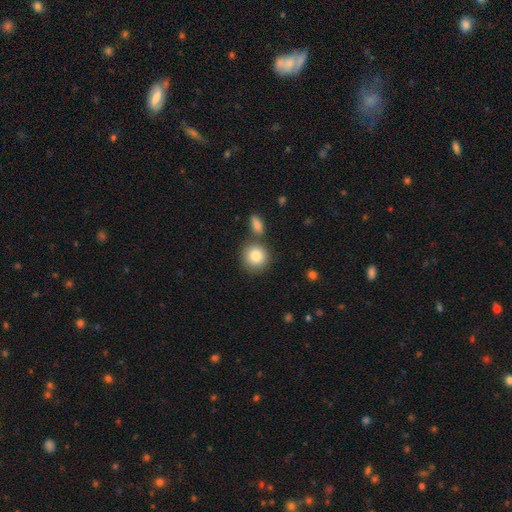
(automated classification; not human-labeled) smooth-or-featured: smooth: 85% | star or artifact: 8% | featured or disk: 8%
  how-rounded: round: 87% | in between: 12% | cigar-shaped: 1%
  merging: none: 69% | merger: 19% | minor disturbance: 10% | major disturbance: 3%